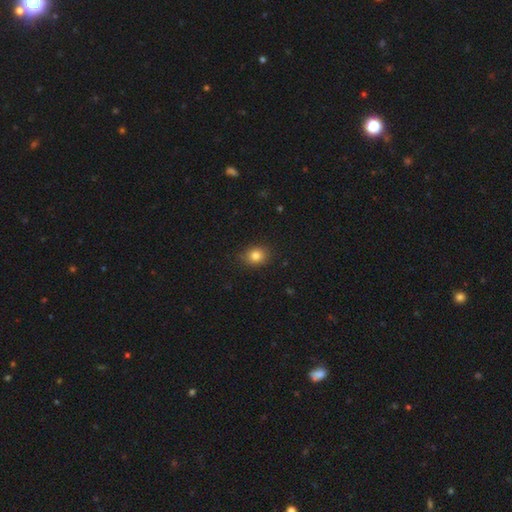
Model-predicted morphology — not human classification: Smooth or featured?
  - smooth: 82% *
  - star or artifact: 11%
  - featured or disk: 7%
How rounded?
  - round: 56% *
  - in between: 43%
  - cigar-shaped: 1%
Merging?
  - none: 86% *
  - minor disturbance: 10%
  - major disturbance: 2%
  - merger: 1%